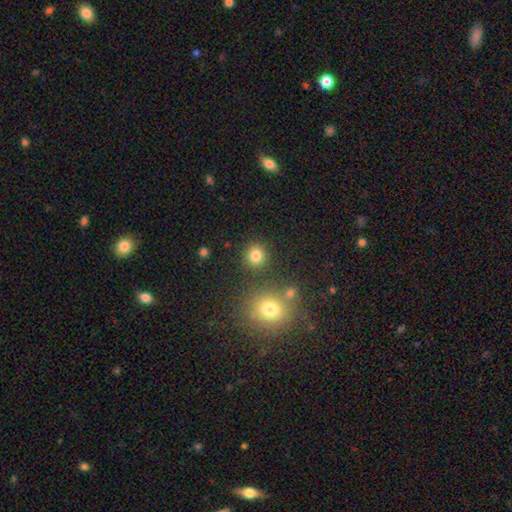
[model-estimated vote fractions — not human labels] smooth-or-featured: smooth: 81% | star or artifact: 13% | featured or disk: 5%
  how-rounded: round: 88% | in between: 11% | cigar-shaped: 1%
  merging: none: 85% | minor disturbance: 7% | merger: 5% | major disturbance: 3%